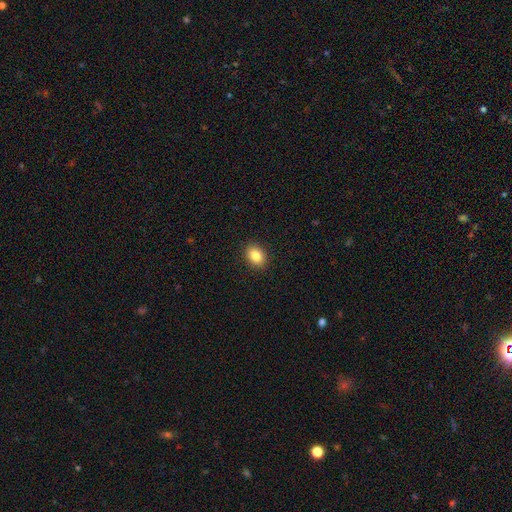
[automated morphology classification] The model was most divided on "how rounded": in between: 69%, round: 30%, cigar-shaped: 1%. More confident: merging — none (90%); smooth or featured — smooth (85%).